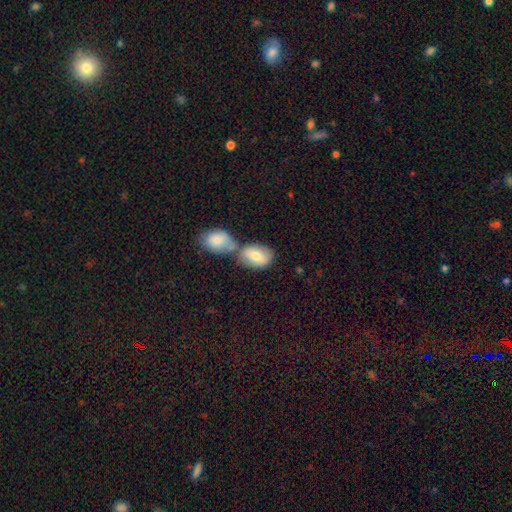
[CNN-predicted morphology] Smooth or featured: smooth — 75% (featured or disk — 19%)
How rounded: in between — 87% (round — 10%)
Merging: merger — 58% (none — 30%)